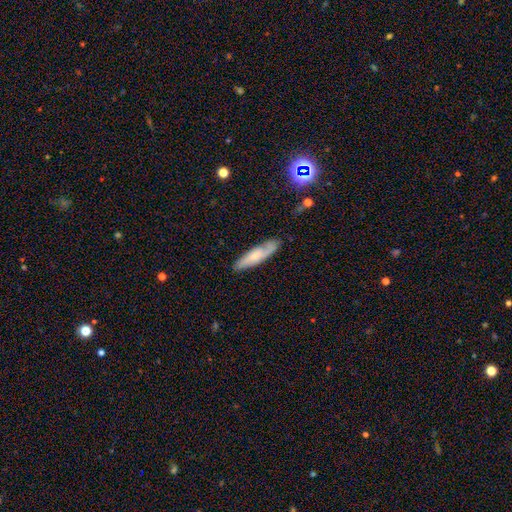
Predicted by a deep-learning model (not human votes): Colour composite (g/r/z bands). It shows a smooth galaxy with no disk features (48%). Merging: none (74%).